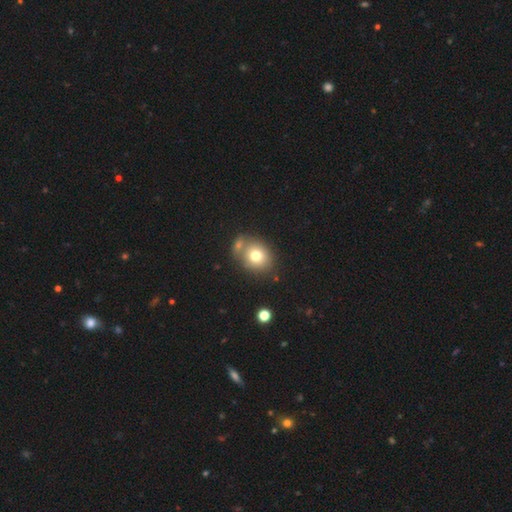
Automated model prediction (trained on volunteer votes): Smooth or featured: smooth — 74% (featured or disk — 15%)
How rounded: round — 65% (in between — 34%)
Merging: none — 58% (merger — 25%)